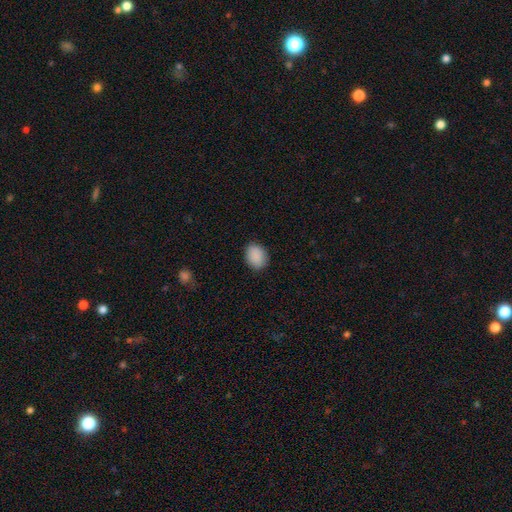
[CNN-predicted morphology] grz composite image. It shows a smooth galaxy with no disk features (90%) that is in between round and cigar-shaped (60%). Merging: none (88%).